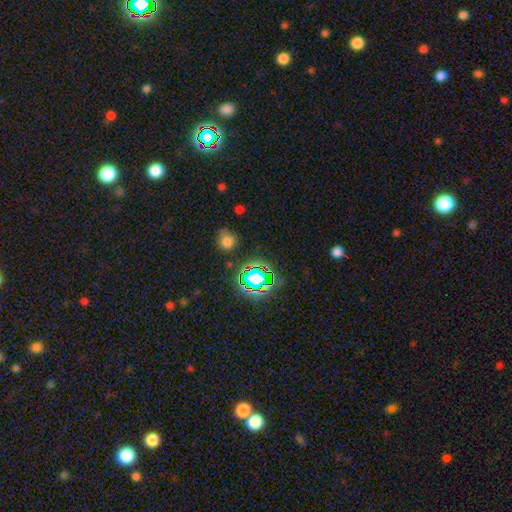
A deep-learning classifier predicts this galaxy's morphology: This is likely a star or artifact rather than a galaxy (74%).